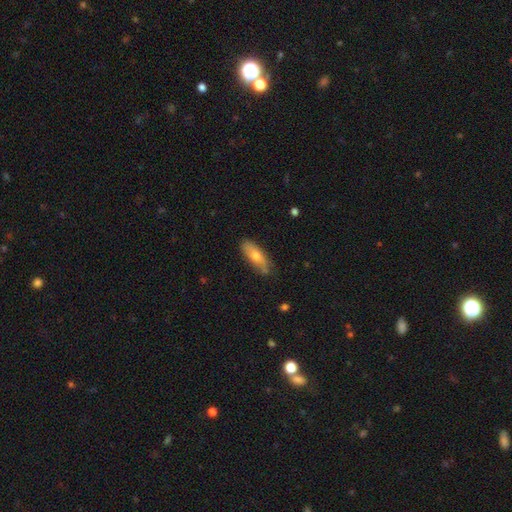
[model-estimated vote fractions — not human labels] Smooth or featured? Predicted: smooth (p=0.62). How rounded? Predicted: in between (p=0.59). Merging? Predicted: none (p=0.76).